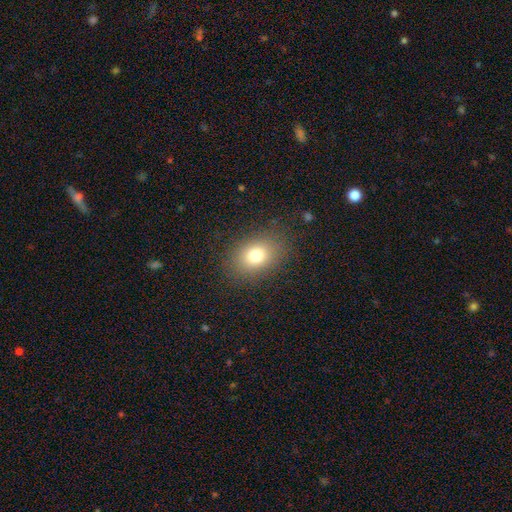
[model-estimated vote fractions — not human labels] Smooth or featured?
  - smooth: 76% *
  - star or artifact: 14%
  - featured or disk: 10%
How rounded?
  - in between: 59% *
  - round: 40%
  - cigar-shaped: 1%
Merging?
  - none: 85% *
  - minor disturbance: 10%
  - major disturbance: 5%
  - merger: 1%